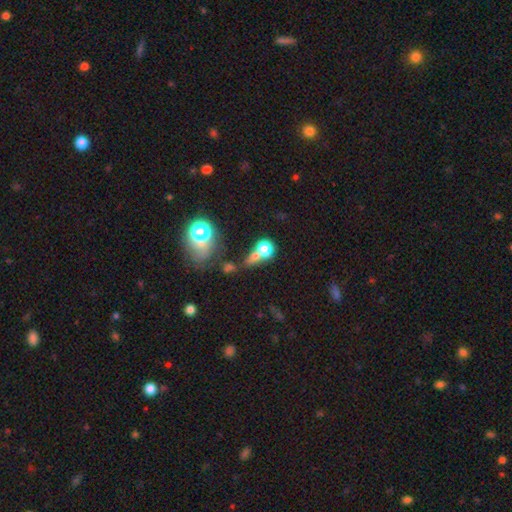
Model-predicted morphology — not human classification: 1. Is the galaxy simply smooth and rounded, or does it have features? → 61% smooth, 23% star or artifact, 16% featured or disk.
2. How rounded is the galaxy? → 63% round, 31% in between, 6% cigar-shaped.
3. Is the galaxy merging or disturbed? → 42% merger, 35% none, 12% major disturbance, 11% minor disturbance.